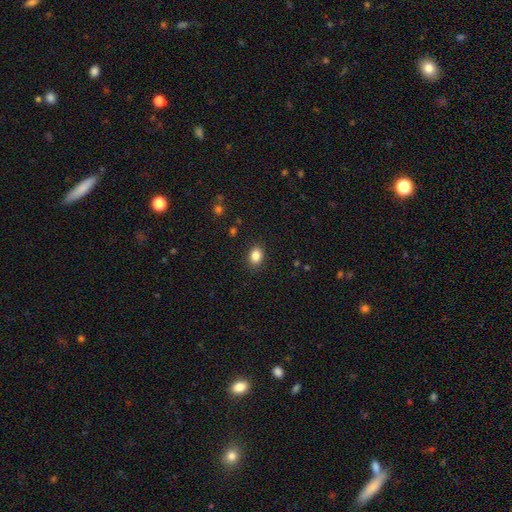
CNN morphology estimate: Overall: smooth (86%). How rounded: in between (68%; round 31%). Merging: none (88%).